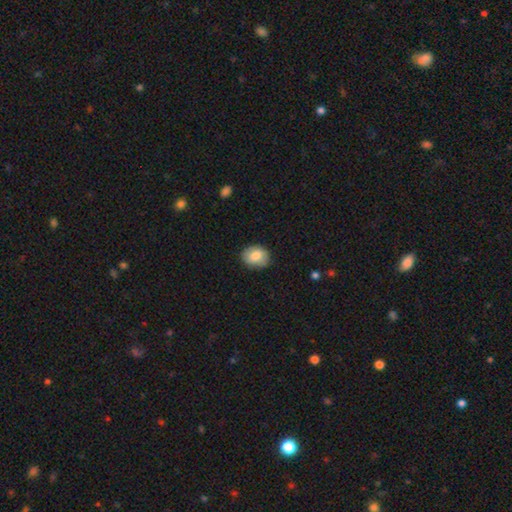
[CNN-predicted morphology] The model was most divided on "how rounded": in between: 55%, round: 44%, cigar-shaped: 1%. More confident: merging — none (84%); smooth or featured — smooth (82%).